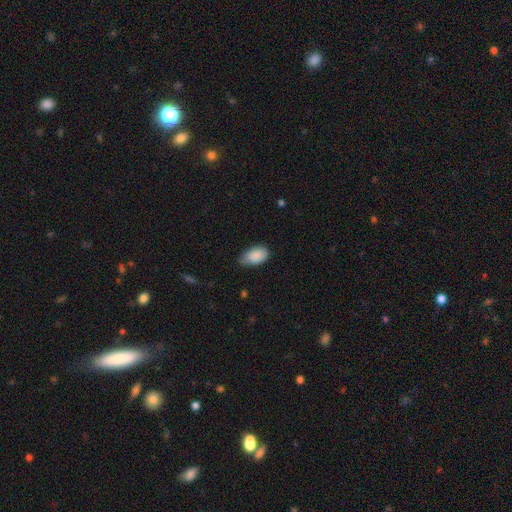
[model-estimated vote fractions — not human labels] Smooth or featured? smooth (89%)
How rounded? in between (92%)
Merging? none (60%)